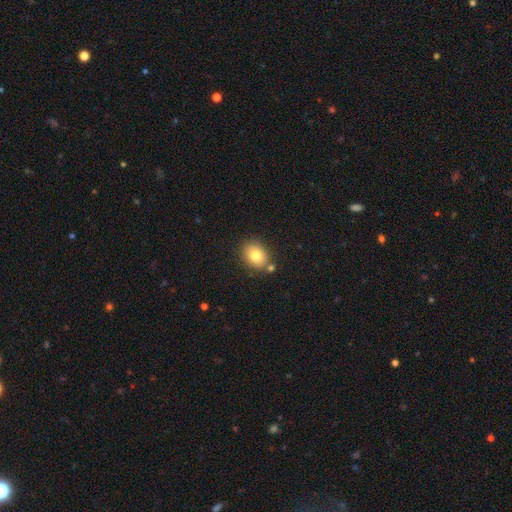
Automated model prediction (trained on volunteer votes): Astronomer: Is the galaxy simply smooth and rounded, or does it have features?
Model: smooth — 78%.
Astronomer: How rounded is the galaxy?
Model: in between — 57% (runner-up: round, 42%).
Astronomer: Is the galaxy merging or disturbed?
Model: none — 76%.